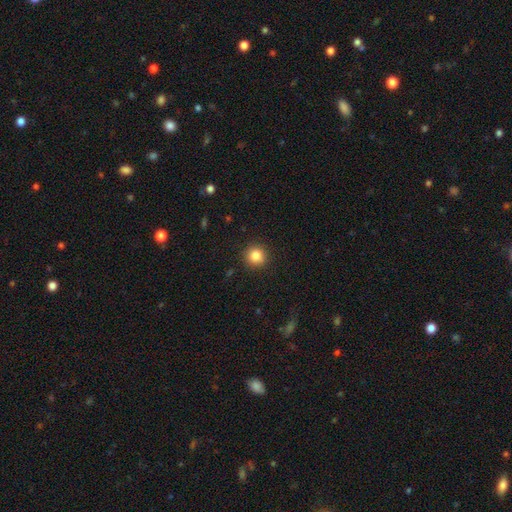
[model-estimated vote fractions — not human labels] Overall: smooth (85%). How rounded: round (92%). Merging: none (91%).